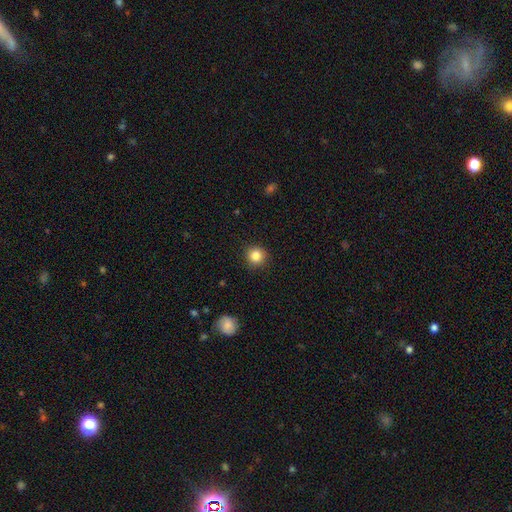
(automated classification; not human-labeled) Smooth or featured? smooth (85%)
How rounded? round (93%)
Merging? none (91%)